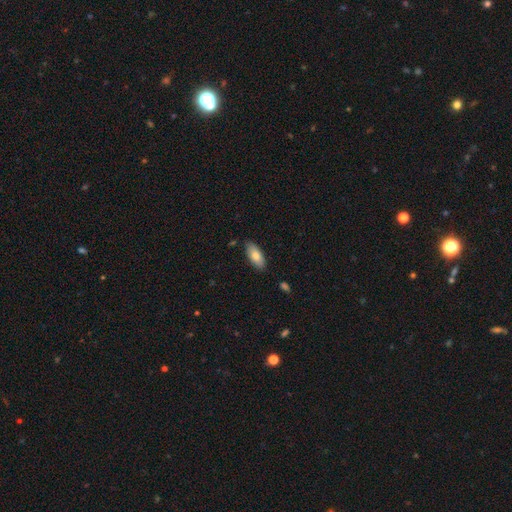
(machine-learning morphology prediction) type=smooth (79%); roundness=in between (86%); merging=none (85%).